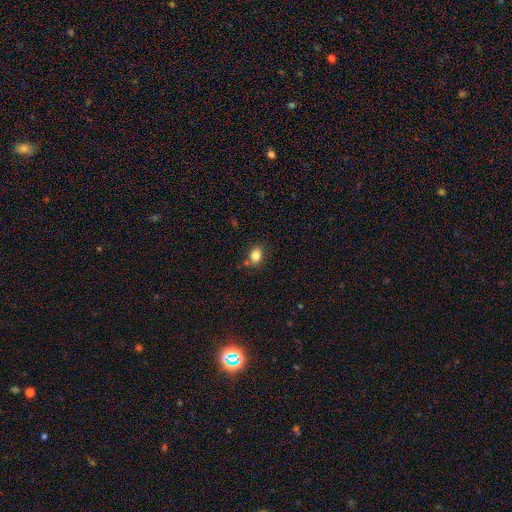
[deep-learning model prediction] Smooth or featured?
  - smooth: 83% *
  - star or artifact: 10%
  - featured or disk: 7%
How rounded?
  - in between: 62% *
  - round: 36%
  - cigar-shaped: 1%
Merging?
  - none: 73% *
  - minor disturbance: 15%
  - merger: 8%
  - major disturbance: 4%